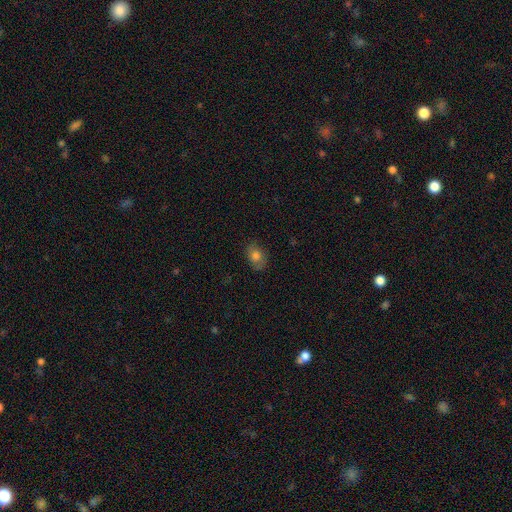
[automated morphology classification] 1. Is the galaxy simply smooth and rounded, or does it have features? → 77% smooth, 13% featured or disk, 10% star or artifact.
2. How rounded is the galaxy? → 73% in between, 25% round, 1% cigar-shaped.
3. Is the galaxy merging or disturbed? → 77% none, 17% minor disturbance, 4% major disturbance, 1% merger.